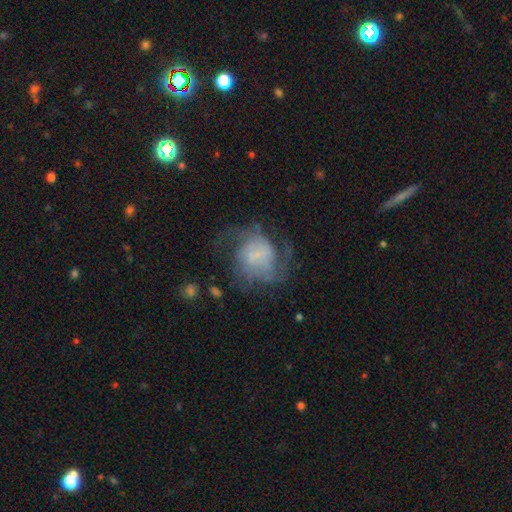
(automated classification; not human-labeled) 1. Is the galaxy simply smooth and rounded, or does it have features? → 67% featured or disk, 24% smooth, 10% star or artifact.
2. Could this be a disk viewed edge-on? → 98% no, 2% yes.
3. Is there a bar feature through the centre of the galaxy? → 56% no, 35% weak, 8% strong.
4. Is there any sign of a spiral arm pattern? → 83% yes, 17% no.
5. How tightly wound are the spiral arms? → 45% medium, 28% loose, 27% tight.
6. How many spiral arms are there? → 40% 2, 29% can't tell, 16% 3, 6% 1, 5% 4, 4% more than 4.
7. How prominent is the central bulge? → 43% none, 34% small, 12% moderate, 8% large, 3% dominant.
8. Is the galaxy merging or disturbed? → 50% none, 29% major disturbance, 19% minor disturbance, 2% merger.